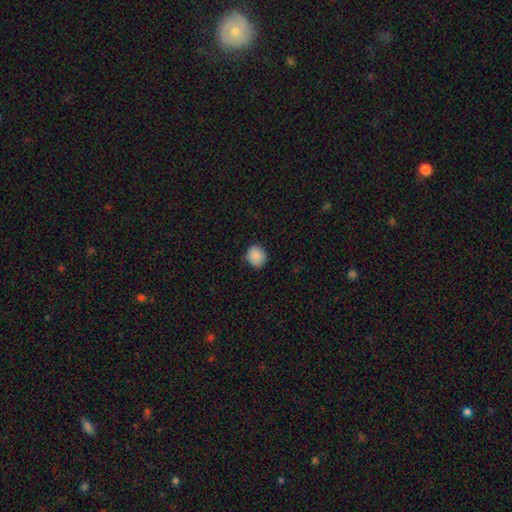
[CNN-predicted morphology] type=smooth (89%); roundness=round (81%); merging=none (85%).